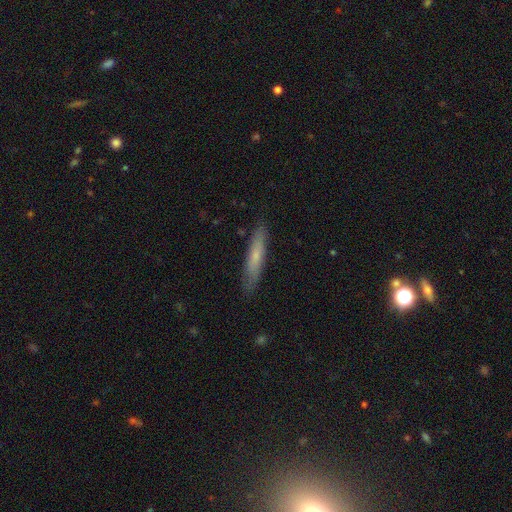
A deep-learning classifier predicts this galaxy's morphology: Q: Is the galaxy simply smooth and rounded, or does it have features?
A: smooth — 62%.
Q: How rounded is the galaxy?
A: cigar-shaped — 90%.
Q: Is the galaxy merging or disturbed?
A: none — 86%.